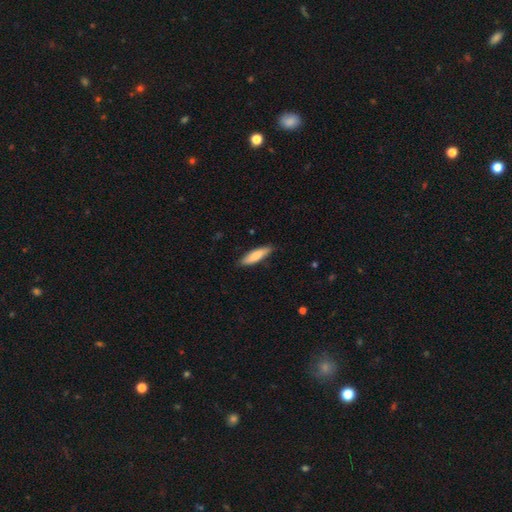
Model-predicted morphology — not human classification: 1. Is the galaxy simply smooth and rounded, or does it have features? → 80% smooth, 15% featured or disk, 5% star or artifact.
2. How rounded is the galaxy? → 65% cigar-shaped, 33% in between, 2% round.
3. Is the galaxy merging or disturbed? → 84% none, 13% minor disturbance, 2% major disturbance, 1% merger.